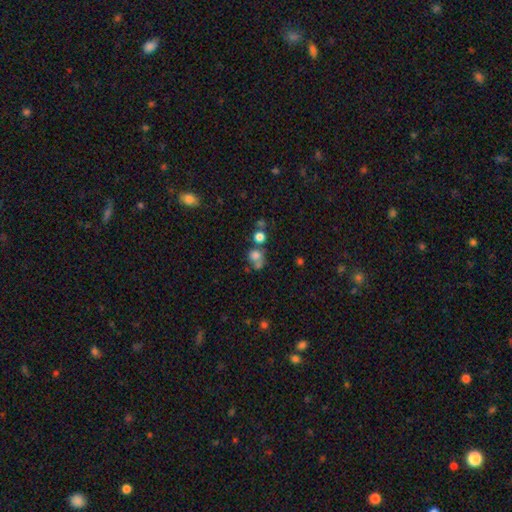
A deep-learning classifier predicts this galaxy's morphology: smooth-or-featured: smooth: 71% | star or artifact: 16% | featured or disk: 13%
  how-rounded: round: 78% | in between: 21% | cigar-shaped: 1%
  merging: none: 41% | merger: 39% | minor disturbance: 11% | major disturbance: 9%